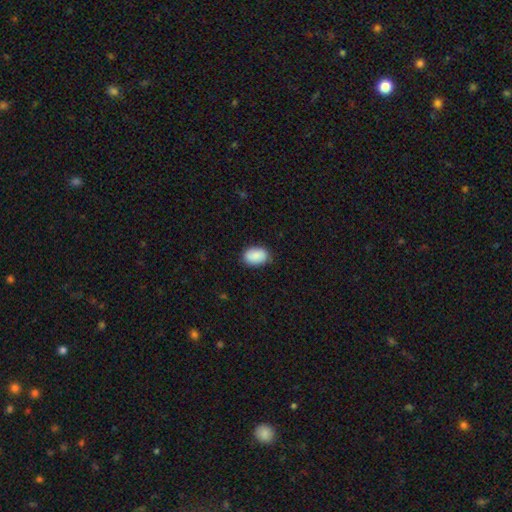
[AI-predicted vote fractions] A smooth galaxy with no disk features (89%) that is in between round and cigar-shaped (87%). Merging: none (82%).